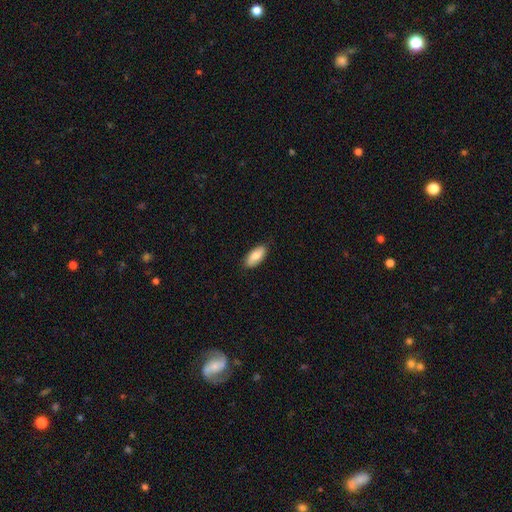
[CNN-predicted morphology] Smooth or featured: smooth — 85% (featured or disk — 9%)
How rounded: in between — 86% (cigar-shaped — 12%)
Merging: none — 86% (minor disturbance — 11%)